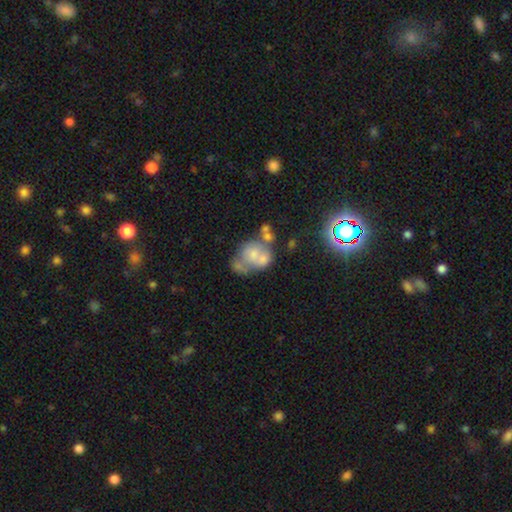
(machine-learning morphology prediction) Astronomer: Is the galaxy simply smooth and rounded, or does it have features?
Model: smooth — 45% (runner-up: featured or disk, 42%).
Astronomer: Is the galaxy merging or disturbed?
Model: merger — 50%.